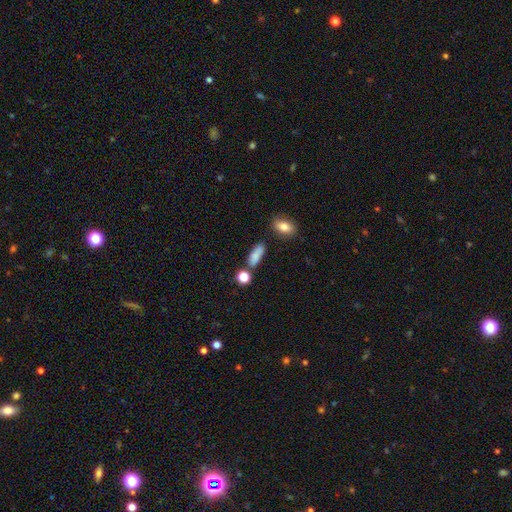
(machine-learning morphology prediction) This is clearly a smooth galaxy (84%). How rounded: possibly in between (60%). Merging: likely none (72%).